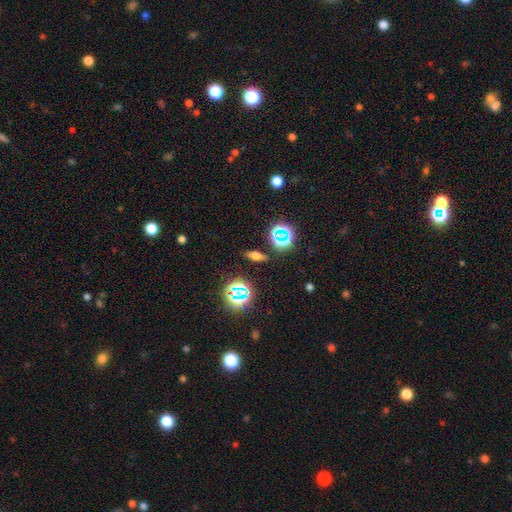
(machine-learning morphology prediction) smooth 51%, star or artifact 25%, featured or disk 24%. Down the decision tree: how rounded — in between (54%); merging — none (88%).